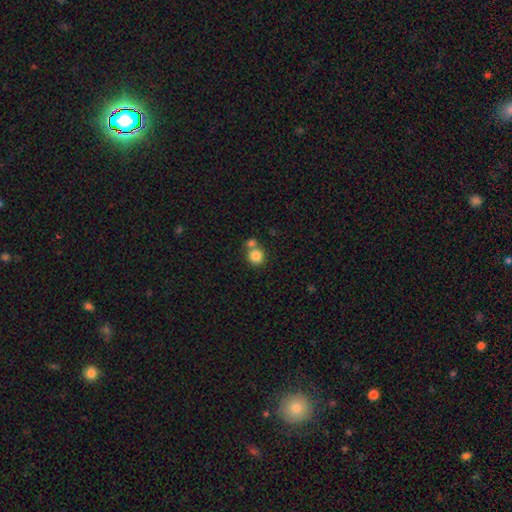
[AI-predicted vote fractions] A smooth galaxy with no disk features (84%) that is round (90%).

Vote fractions:
- Smooth or featured? smooth: 84% / star or artifact: 10% / featured or disk: 7%
- How rounded? round: 90% / in between: 9% / cigar-shaped: 1%
- Merging? none: 55% / merger: 34% / minor disturbance: 8% / major disturbance: 3%